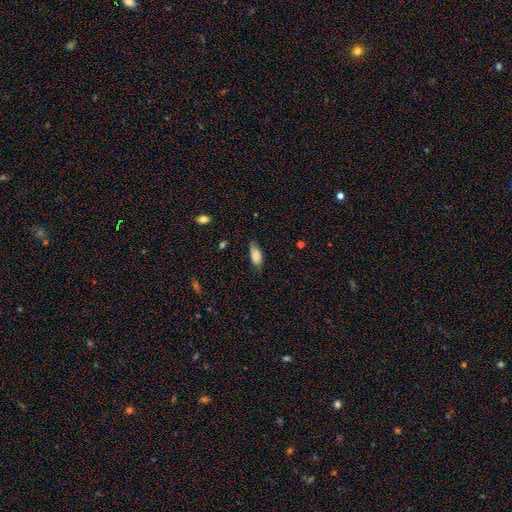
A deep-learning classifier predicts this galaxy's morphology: Smooth or featured? smooth (85%)
How rounded? in between (85%)
Merging? none (65%)